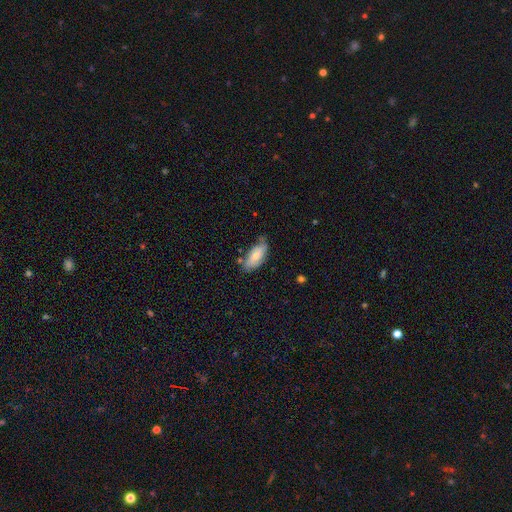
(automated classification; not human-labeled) Smooth or featured? Predicted: smooth (p=0.60). How rounded? Predicted: in between (p=0.87). Merging? Predicted: none (p=0.58).